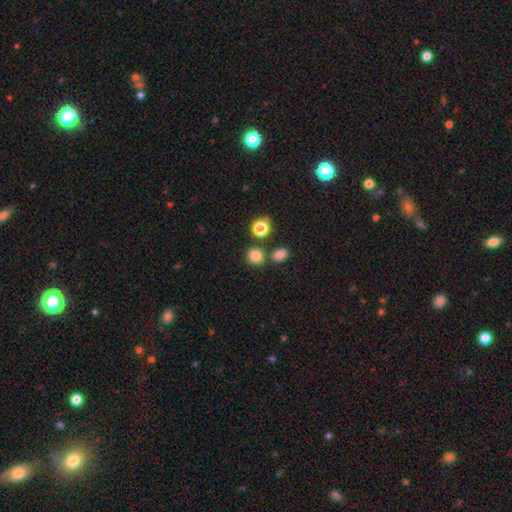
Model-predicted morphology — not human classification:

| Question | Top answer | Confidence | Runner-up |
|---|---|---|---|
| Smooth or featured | smooth | 81% | star or artifact (14%) |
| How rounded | round | 81% | in between (18%) |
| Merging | none | 75% | merger (14%) |